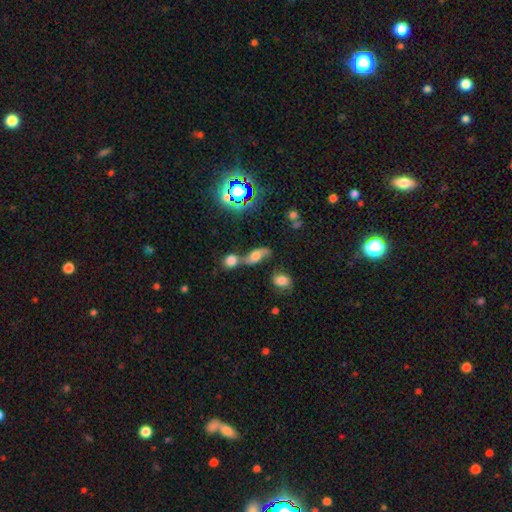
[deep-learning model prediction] A featured or disk galaxy (40%, tied with smooth).

Vote fractions:
- Smooth or featured? featured or disk: 40% (tied) / smooth: 40% (tied) / star or artifact: 20%
- Merging? merger: 48% / none: 32% / minor disturbance: 12% / major disturbance: 8%